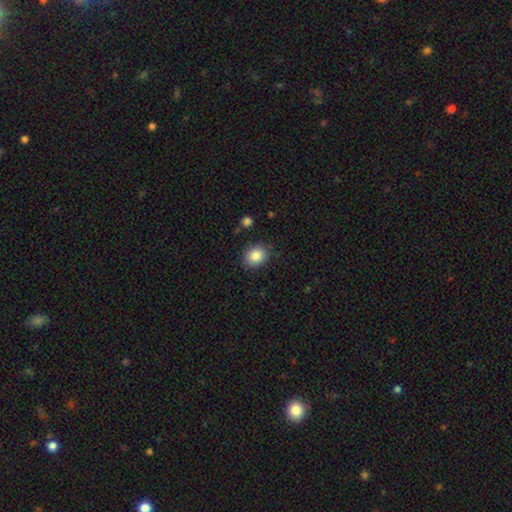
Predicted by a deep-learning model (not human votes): A smooth galaxy with no disk features (87%) that is round (56%).

Vote fractions:
- Smooth or featured? smooth: 87% / star or artifact: 8% / featured or disk: 5%
- How rounded? round: 56% / in between: 43% / cigar-shaped: 1%
- Merging? none: 84% / minor disturbance: 11% / major disturbance: 3% / merger: 2%